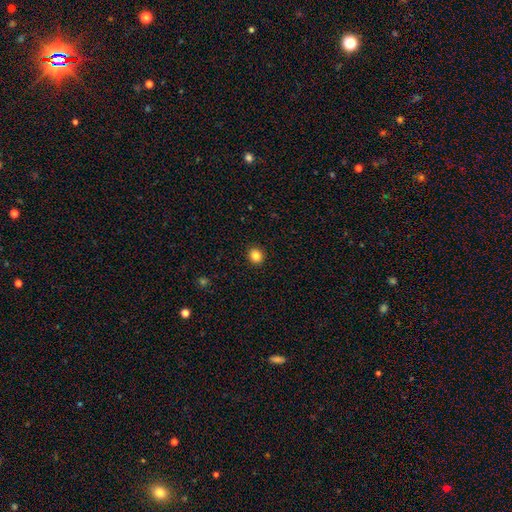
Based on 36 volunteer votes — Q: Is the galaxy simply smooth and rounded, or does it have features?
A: smooth — 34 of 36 (94%).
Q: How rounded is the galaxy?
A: round — 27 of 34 (79%).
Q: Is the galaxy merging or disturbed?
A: none — 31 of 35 (89%).